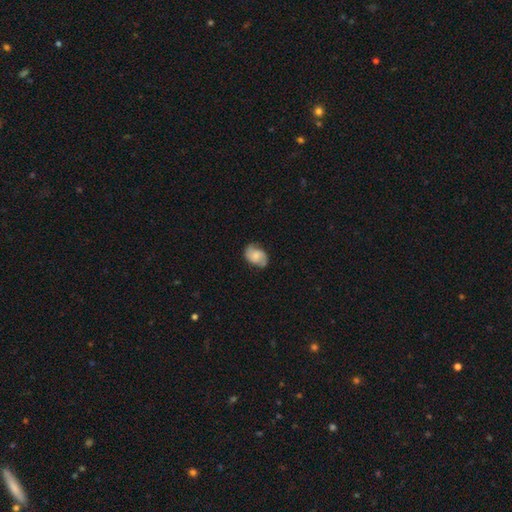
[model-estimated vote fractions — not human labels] This is possibly a featured or disk galaxy (51%). It is clearly not viewed edge-on (97%). Merging: likely none (70%).